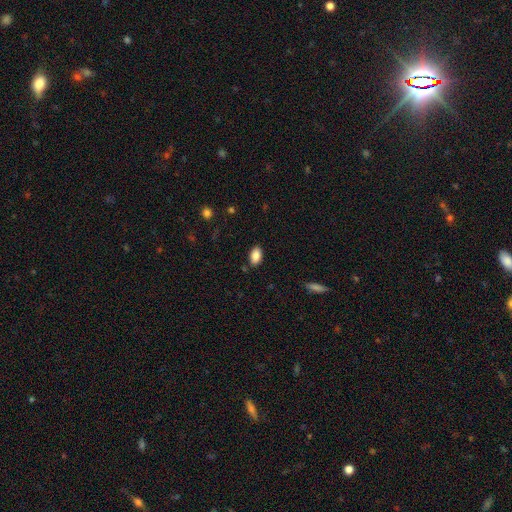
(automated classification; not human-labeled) Smooth or featured: smooth — 88% (star or artifact — 8%)
How rounded: in between — 92% (round — 6%)
Merging: none — 86% (minor disturbance — 10%)